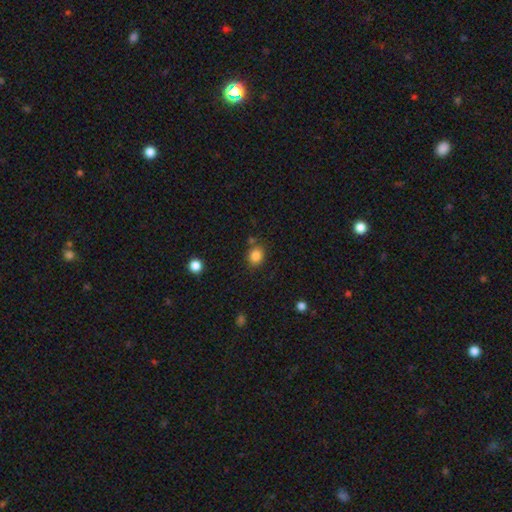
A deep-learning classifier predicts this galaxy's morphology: This appears to be a smooth galaxy with no disk features (85%) that is round (61%). Merging: none (76%).